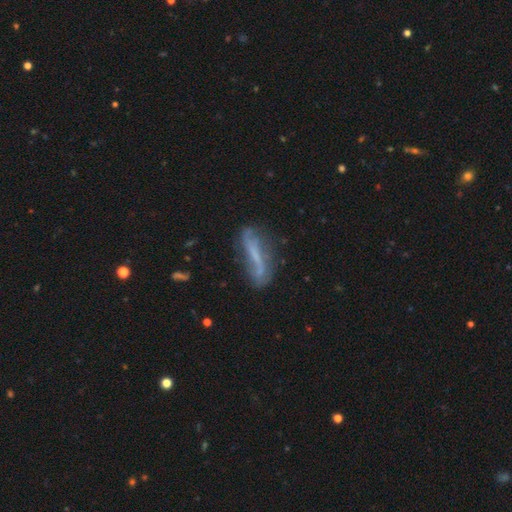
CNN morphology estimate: featured or disk 59%, smooth 31%, star or artifact 10%. Down the decision tree: edge-on disk — no (64%); merging — none (63%).